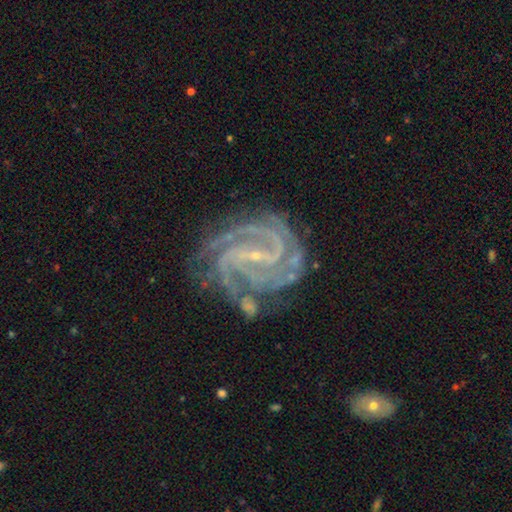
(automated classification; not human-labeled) featured or disk 92%, star or artifact 5%, smooth 2%. Down the decision tree: edge-on disk — no (98%); bar — strong (42%); spiral arms — yes (99%); spiral arm count — 4 (28%); spiral winding — tight (66%); bulge size — small (85%); merging — none (72%).